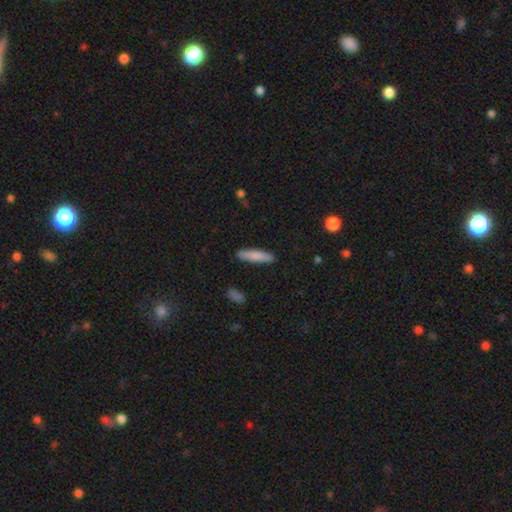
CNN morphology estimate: Smooth or featured? smooth (82%)
How rounded? cigar-shaped (83%)
Merging? none (90%)